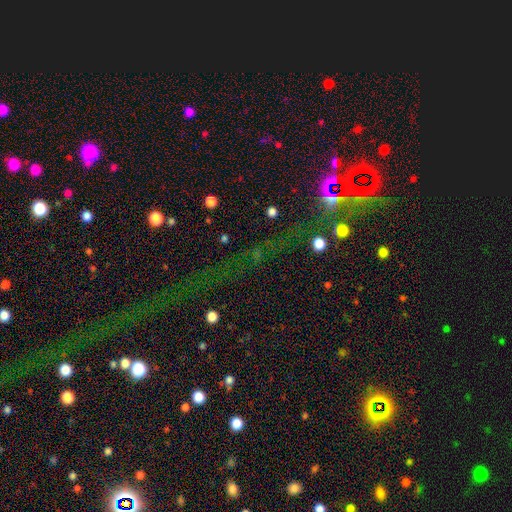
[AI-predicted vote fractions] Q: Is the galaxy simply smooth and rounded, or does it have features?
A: star or artifact — 73%.